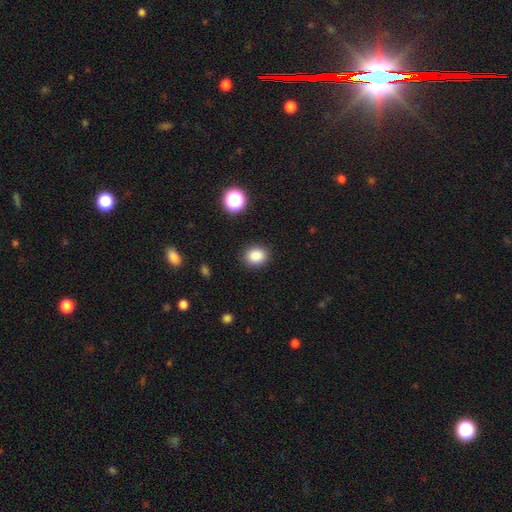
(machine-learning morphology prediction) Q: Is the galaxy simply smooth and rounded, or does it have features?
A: smooth — 85%.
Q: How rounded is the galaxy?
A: round — 68%.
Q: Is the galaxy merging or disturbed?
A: none — 88%.